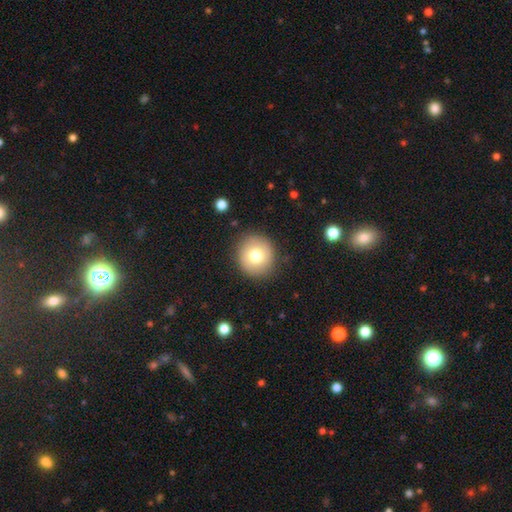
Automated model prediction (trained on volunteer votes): Smooth or featured: smooth — 75% (featured or disk — 16%)
How rounded: round — 91% (in between — 8%)
Merging: none — 88% (minor disturbance — 8%)